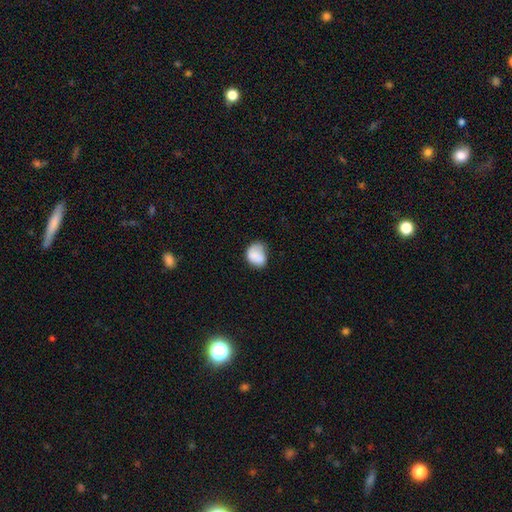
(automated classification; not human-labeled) Q: Smooth or featured?
A: smooth (81%); runner-up: featured or disk (11%)
Q: How rounded?
A: in between (52%); runner-up: round (47%)
Q: Merging?
A: none (49%); runner-up: minor disturbance (36%)